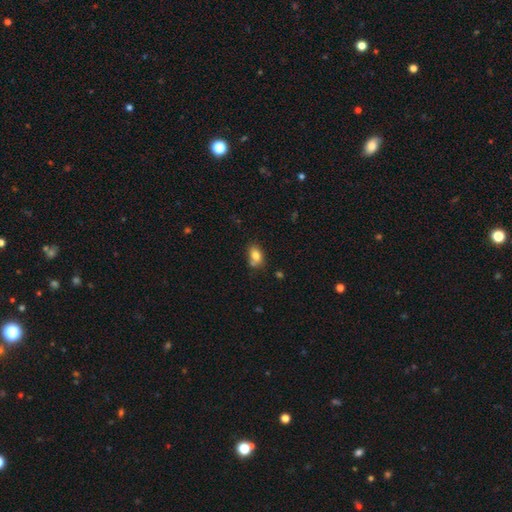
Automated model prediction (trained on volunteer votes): A smooth galaxy with no disk features (81%) that is in between round and cigar-shaped (81%).

Vote fractions:
- Smooth or featured? smooth: 81% / featured or disk: 10% / star or artifact: 10%
- How rounded? in between: 81% / round: 17% / cigar-shaped: 2%
- Merging? none: 60% / minor disturbance: 21% / merger: 14% / major disturbance: 5%